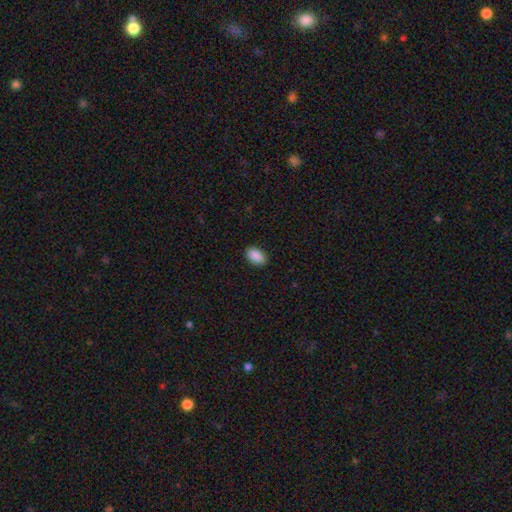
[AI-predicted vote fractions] Smooth or featured?
  - smooth: 90% *
  - star or artifact: 7%
  - featured or disk: 3%
How rounded?
  - in between: 92% *
  - round: 7%
  - cigar-shaped: 2%
Merging?
  - none: 89% *
  - minor disturbance: 8%
  - major disturbance: 2%
  - merger: 1%